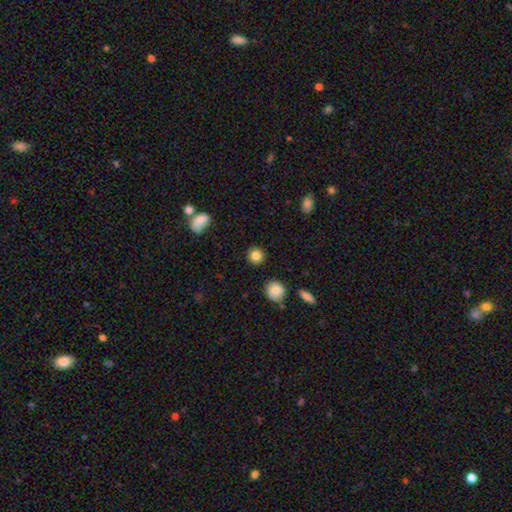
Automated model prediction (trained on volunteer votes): Morphology: type=smooth (84%); roundness=round (90%); merging=none (89%).